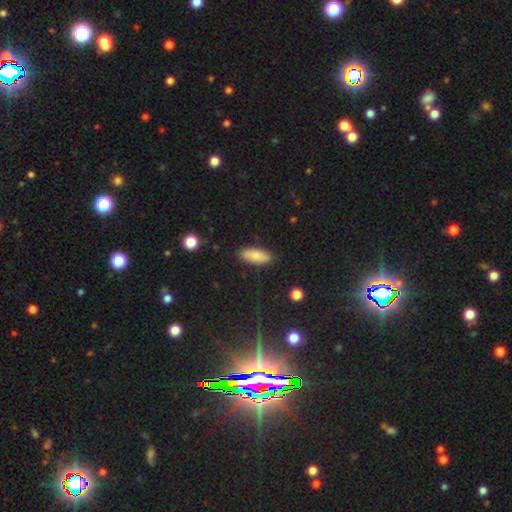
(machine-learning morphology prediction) Overall: smooth (81%). How rounded: in between (80%). Merging: none (87%).